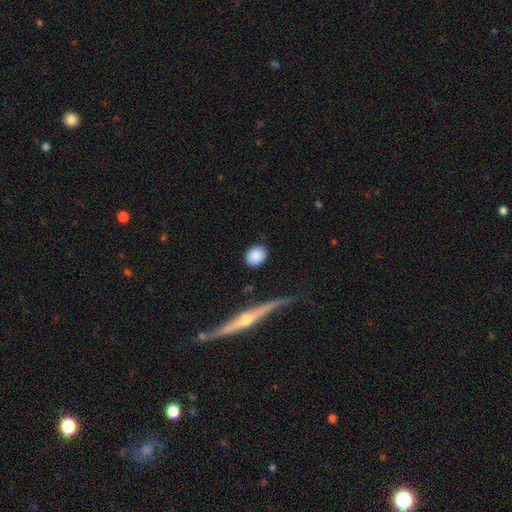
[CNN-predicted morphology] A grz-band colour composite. It shows a smooth galaxy with no disk features (87%) that is round (64%). Merging: none (86%).